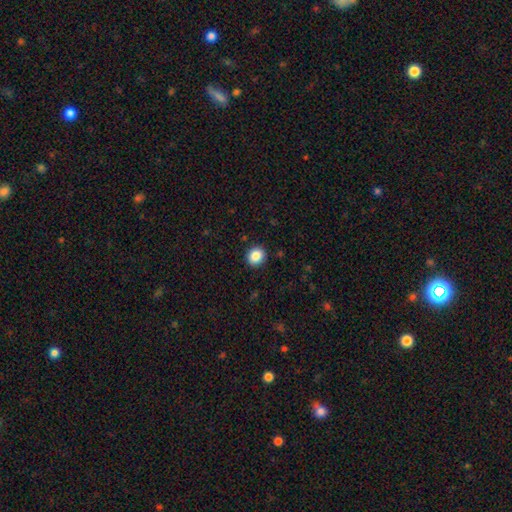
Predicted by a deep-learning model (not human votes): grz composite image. It shows a smooth galaxy with no disk features (86%) that is round (78%). Merging: none (91%).